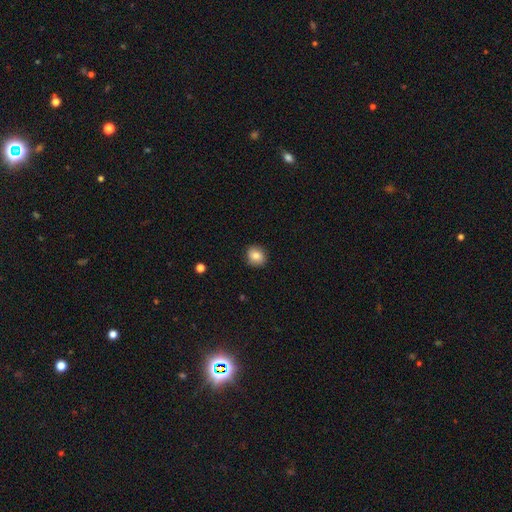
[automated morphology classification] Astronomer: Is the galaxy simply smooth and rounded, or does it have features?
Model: smooth — 81%.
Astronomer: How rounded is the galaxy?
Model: round — 74%.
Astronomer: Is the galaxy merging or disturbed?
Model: none — 88%.